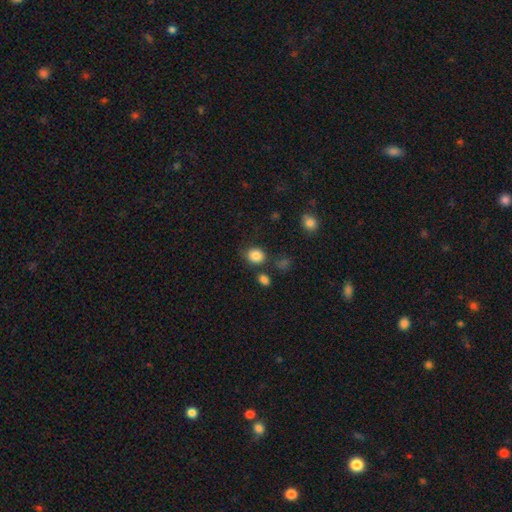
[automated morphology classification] This appears to be a smooth galaxy with no disk features (85%) that is round (73%). Merging: none (77%).